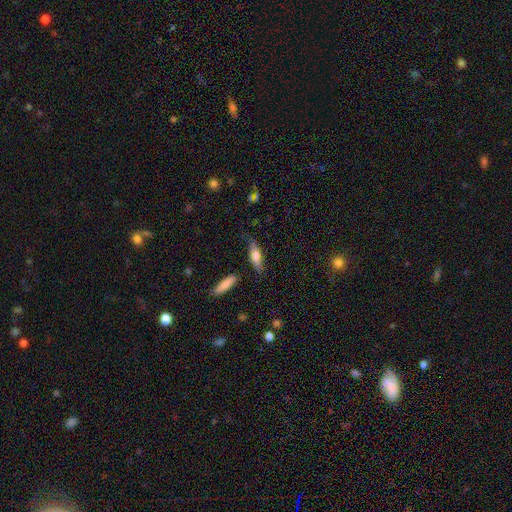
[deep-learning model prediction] Smooth or featured: smooth — 65% (featured or disk — 28%)
How rounded: in between — 49% (cigar-shaped — 48%)
Merging: none — 71% (minor disturbance — 21%)